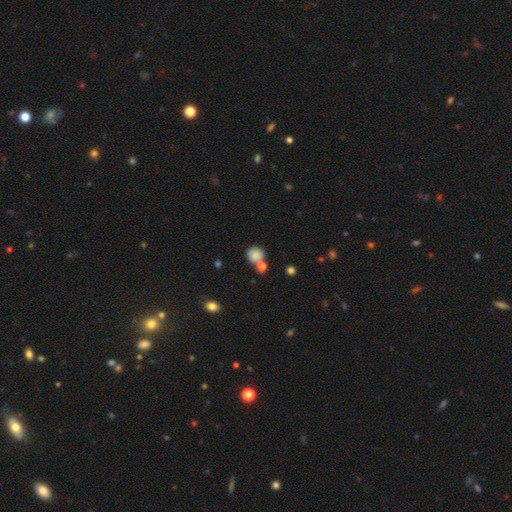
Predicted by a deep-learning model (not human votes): This is clearly a smooth galaxy (81%). How rounded: likely round (74%). Merging: marginally merger (44%).